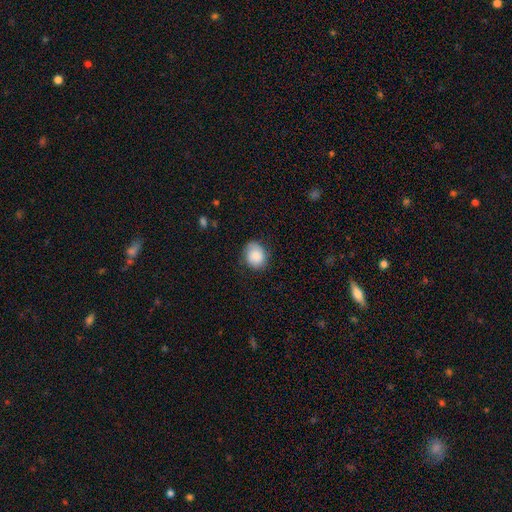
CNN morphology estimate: type=smooth (84%); roundness=round (61%); merging=none (76%).